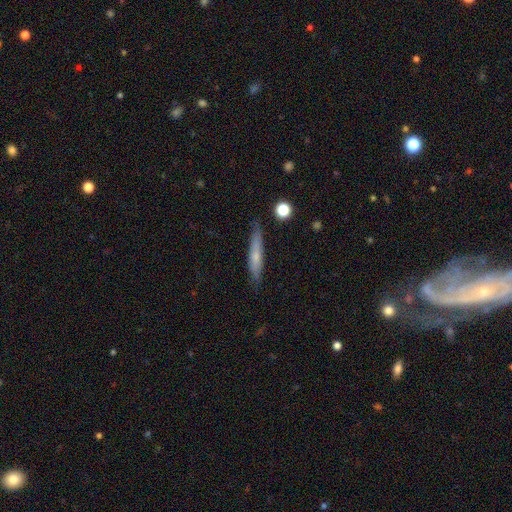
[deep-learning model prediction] A smooth galaxy with no disk features (57%) that is cigar-shaped (90%).

Vote fractions:
- Smooth or featured? smooth: 57% / featured or disk: 36% / star or artifact: 7%
- How rounded? cigar-shaped: 90% / in between: 8% / round: 2%
- Merging? none: 81% / minor disturbance: 14% / major disturbance: 3% / merger: 2%